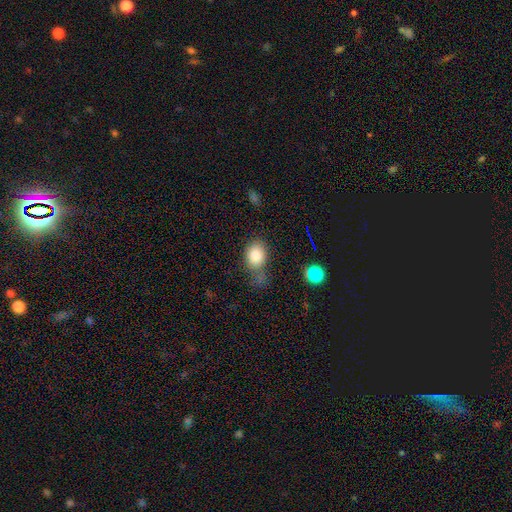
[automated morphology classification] Smooth or featured: smooth — 83% (star or artifact — 9%)
How rounded: in between — 57% (round — 42%)
Merging: none — 46% (minor disturbance — 28%)